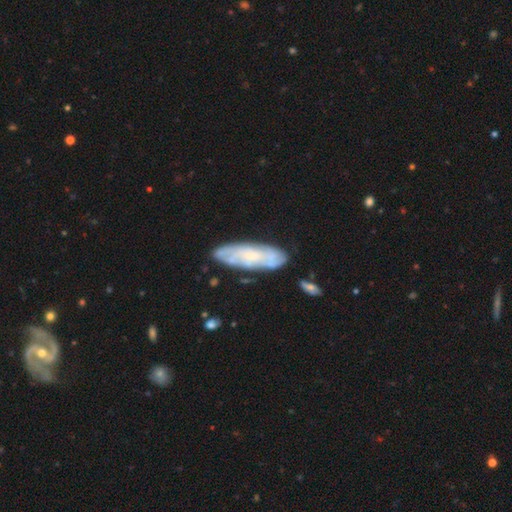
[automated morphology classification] Smooth or featured? featured or disk (56%)
Edge-on disk? no (75%)
Merging? none (79%)